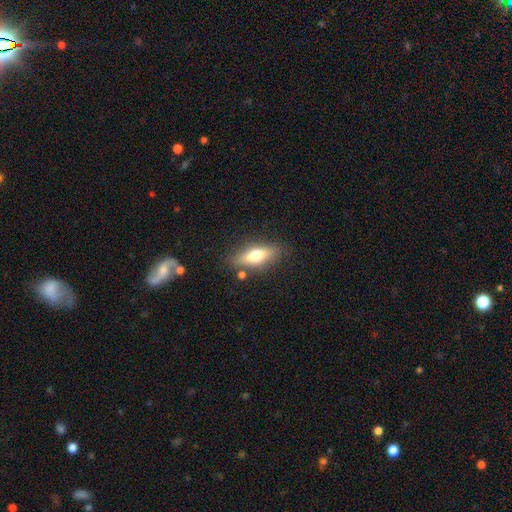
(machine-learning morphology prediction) Smooth or featured: smooth — 58% (featured or disk — 35%)
How rounded: in between — 53% (cigar-shaped — 43%)
Merging: none — 80% (minor disturbance — 12%)